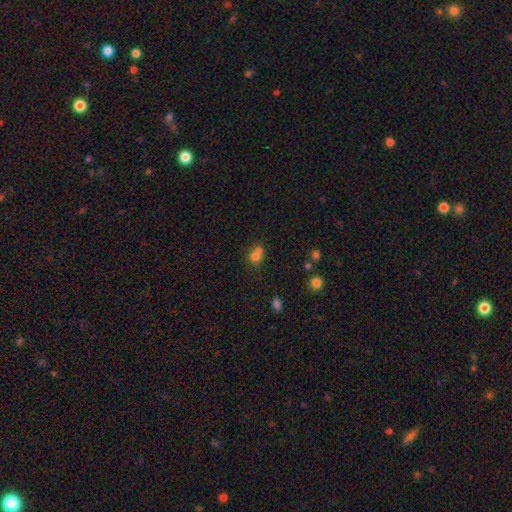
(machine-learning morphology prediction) This is likely a smooth galaxy (72%). How rounded: likely round (63%). Merging: possibly merger (49%).